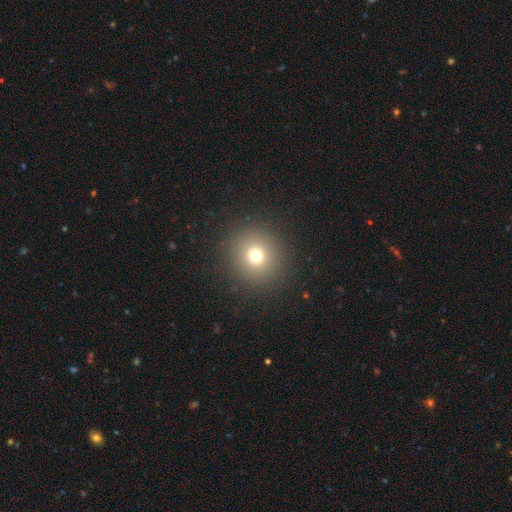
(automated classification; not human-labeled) Smooth or featured? smooth (73%)
How rounded? round (94%)
Merging? none (91%)